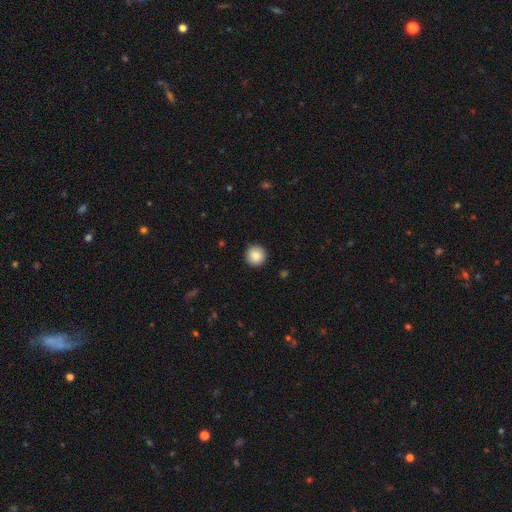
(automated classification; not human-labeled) This is clearly a smooth galaxy (87%). How rounded: clearly round (96%). Merging: clearly none (92%).